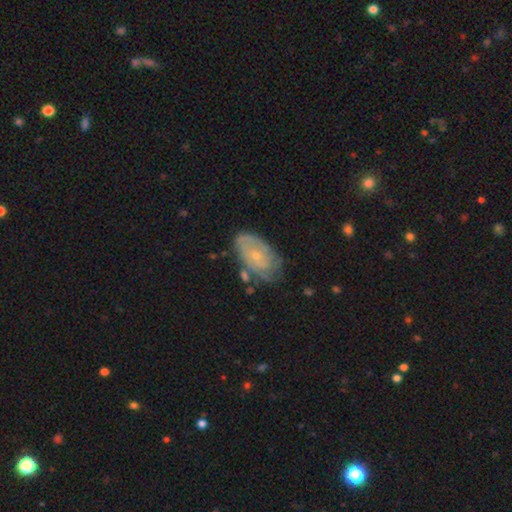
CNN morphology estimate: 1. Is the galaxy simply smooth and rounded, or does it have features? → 56% featured or disk, 35% smooth, 9% star or artifact.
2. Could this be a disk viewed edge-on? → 94% no, 6% yes.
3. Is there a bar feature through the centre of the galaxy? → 78% no, 18% weak, 3% strong.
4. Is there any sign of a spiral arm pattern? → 63% yes, 37% no.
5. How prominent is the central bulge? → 71% small, 24% moderate, 3% none, 1% large, 1% dominant.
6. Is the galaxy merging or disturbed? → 63% none, 25% minor disturbance, 8% major disturbance, 4% merger.